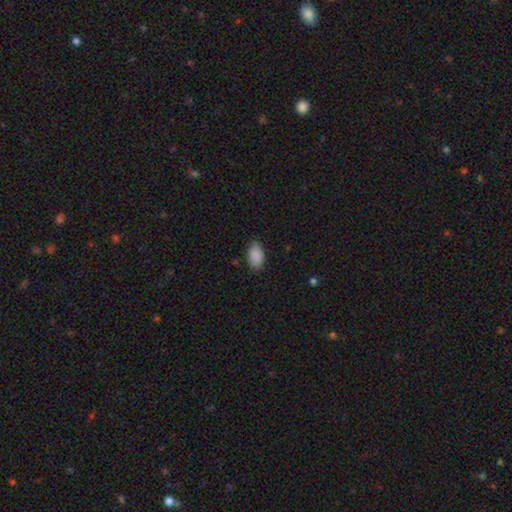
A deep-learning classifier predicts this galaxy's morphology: The model was most divided on "merging": none: 84%, minor disturbance: 12%, major disturbance: 3%, merger: 1%. More confident: how rounded — in between (93%); smooth or featured — smooth (89%).